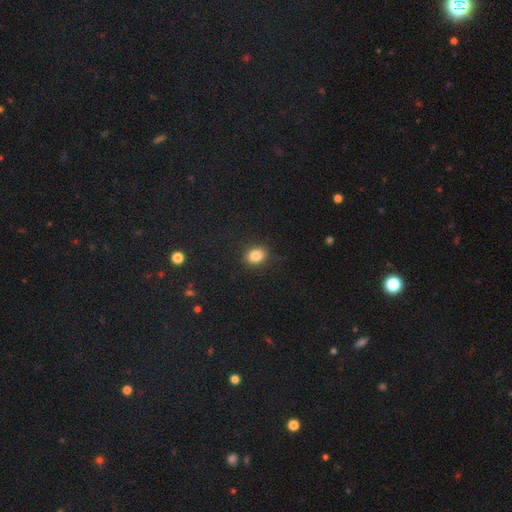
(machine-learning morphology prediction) A smooth galaxy with no disk features (84%) that is in between round and cigar-shaped (61%).

Vote fractions:
- Smooth or featured? smooth: 84% / star or artifact: 10% / featured or disk: 6%
- How rounded? in between: 61% / round: 38% / cigar-shaped: 1%
- Merging? none: 89% / minor disturbance: 8% / major disturbance: 2% / merger: 1%